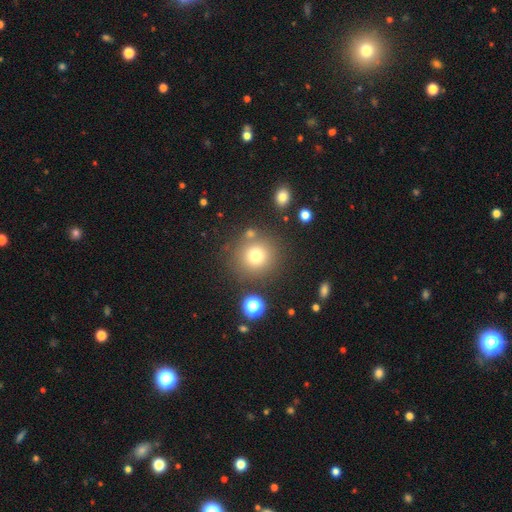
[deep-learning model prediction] The model was most divided on "smooth or featured": smooth: 75%, star or artifact: 15%, featured or disk: 10%. More confident: how rounded — round (92%); merging — none (79%).